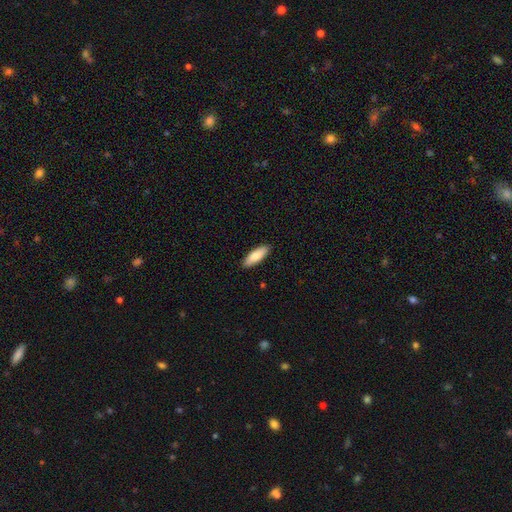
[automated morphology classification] smooth 79%, featured or disk 15%, star or artifact 6%. Down the decision tree: how rounded — in between (59%); merging — none (90%).